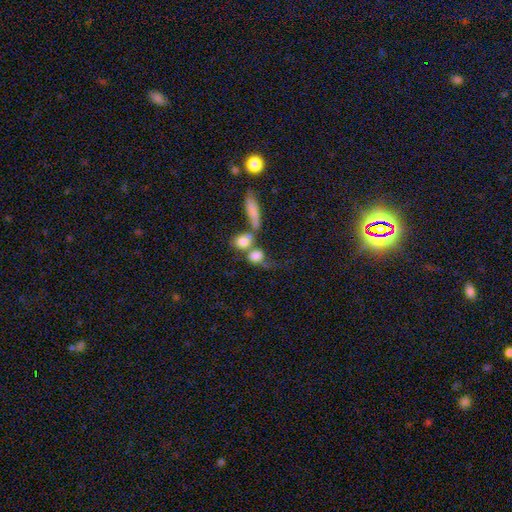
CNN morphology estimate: smooth 73%, featured or disk 17%, star or artifact 10%. Down the decision tree: how rounded — in between (54%); merging — merger (55%).